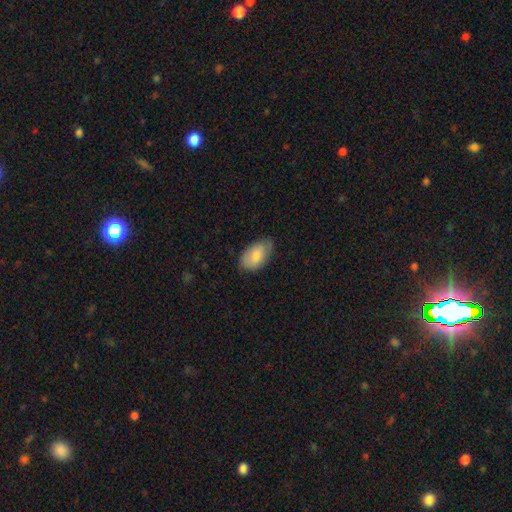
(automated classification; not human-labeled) Overall: smooth (81%). How rounded: in between (94%). Merging: none (67%; minor disturbance 27%).